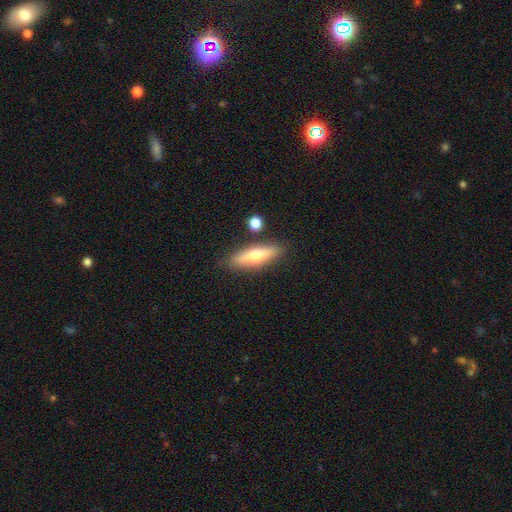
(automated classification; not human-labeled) Morphology: type=smooth (55%); roundness=cigar-shaped (65%); merging=none (82%).